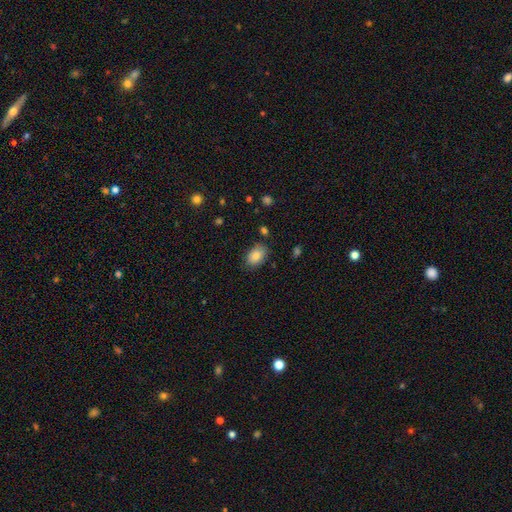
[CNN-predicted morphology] Smooth or featured? Predicted: smooth (p=0.84). How rounded? Predicted: in between (p=0.86). Merging? Predicted: none (p=0.80).